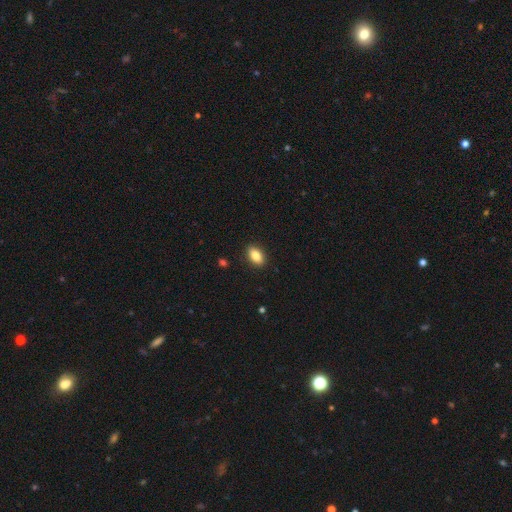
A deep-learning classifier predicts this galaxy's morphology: Smooth or featured: smooth — 85% (star or artifact — 8%)
How rounded: in between — 90% (round — 7%)
Merging: none — 89% (minor disturbance — 8%)